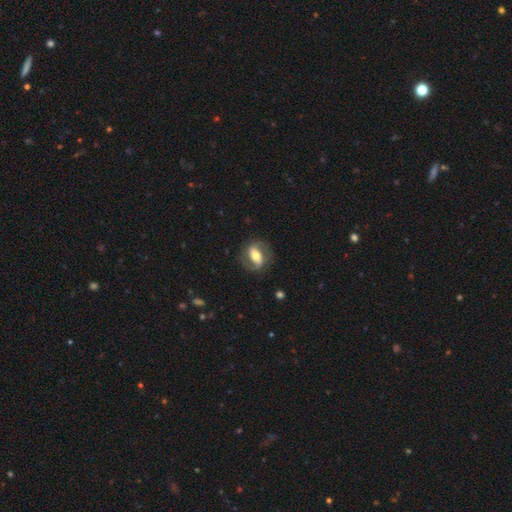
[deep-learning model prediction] A featured or disk galaxy (71%) with a strong bar (48%), 2 (86%) medium (47%) spiral arms (82%) and a moderate central bulge (64%).

Vote fractions:
- Smooth or featured? featured or disk: 71% / smooth: 23% / star or artifact: 6%
- Edge-on disk? no: 94% / yes: 6%
- Bar? strong: 48% / weak: 31% / no: 21%
- Spiral arms? yes: 82% / no: 18%
- Spiral winding? medium: 47% / loose: 28% / tight: 26%
- Spiral arm count? 2: 86% / can't tell: 6% / 1: 5% / 3: 1% / 4: 1% / more than 4: 1%
- Bulge size? moderate: 64% / large: 16% / small: 16% / dominant: 2% / none: 1%
- Merging? none: 77% / minor disturbance: 14% / major disturbance: 8% / merger: 1%